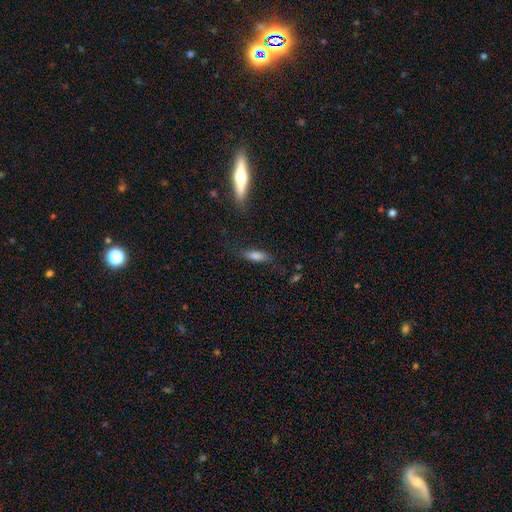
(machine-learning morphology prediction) Overall: smooth (78%). How rounded: in between (60%; cigar-shaped 37%). Merging: none (75%).